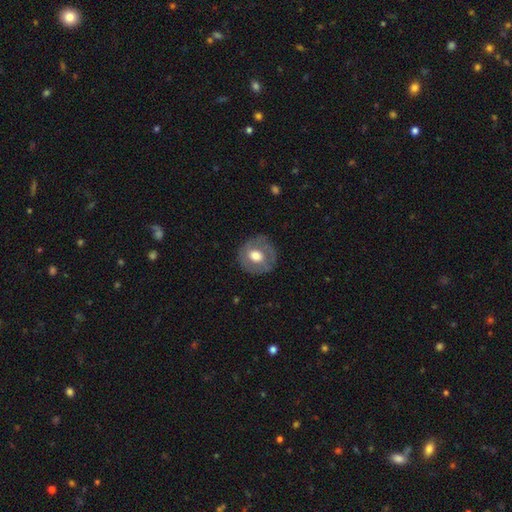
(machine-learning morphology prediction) Overall: smooth (48%; featured or disk 45%). Merging: none (79%).